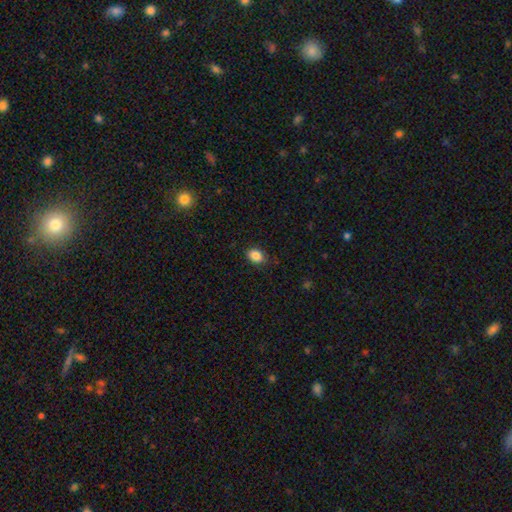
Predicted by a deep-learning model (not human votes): Smooth or featured? smooth (86%)
How rounded? in between (72%)
Merging? none (85%)